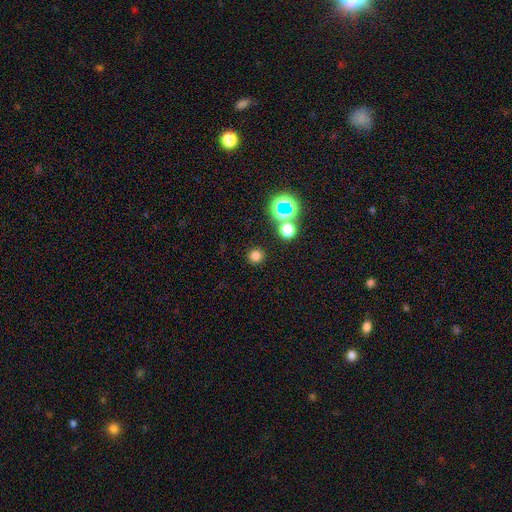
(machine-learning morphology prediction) This appears to be a smooth galaxy with no disk features (73%) that is round (94%). Merging: none (88%).